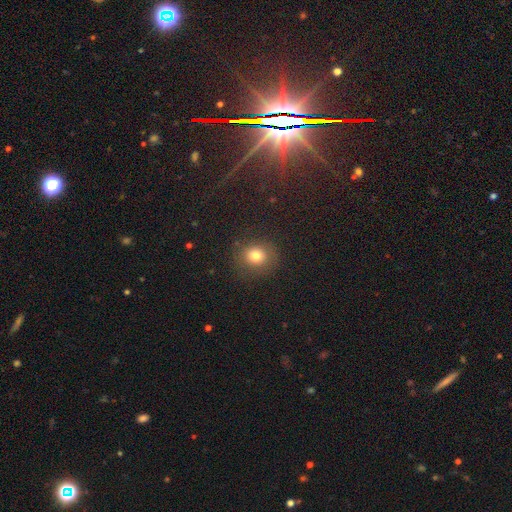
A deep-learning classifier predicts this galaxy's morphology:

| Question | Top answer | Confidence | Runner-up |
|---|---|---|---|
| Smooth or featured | smooth | 76% | star or artifact (15%) |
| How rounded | round | 83% | in between (16%) |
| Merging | none | 85% | minor disturbance (9%) |